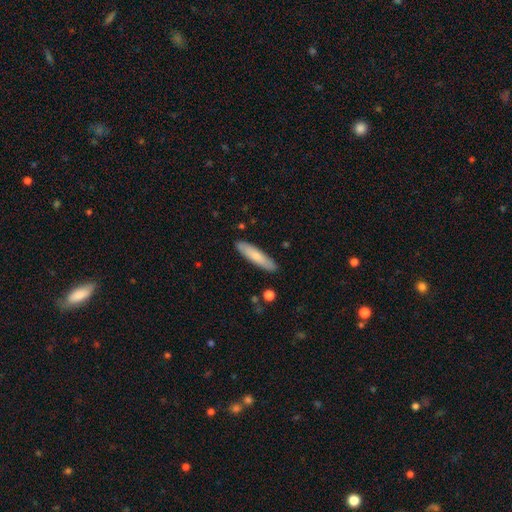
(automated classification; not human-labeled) This is likely a smooth galaxy (74%). How rounded: likely cigar-shaped (78%). Merging: clearly none (88%).